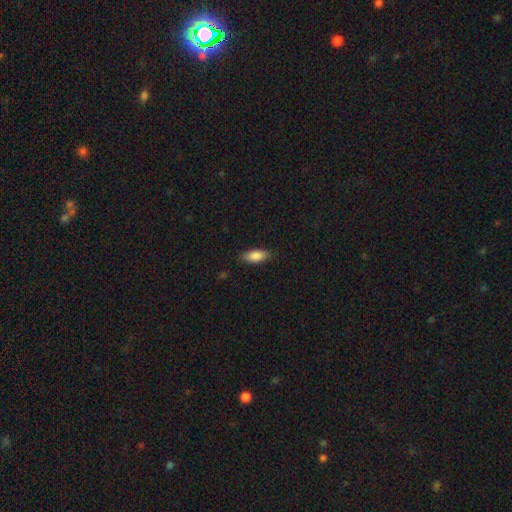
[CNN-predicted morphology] This appears to be a smooth galaxy with no disk features (86%) that is in between round and cigar-shaped (83%). Merging: none (85%).